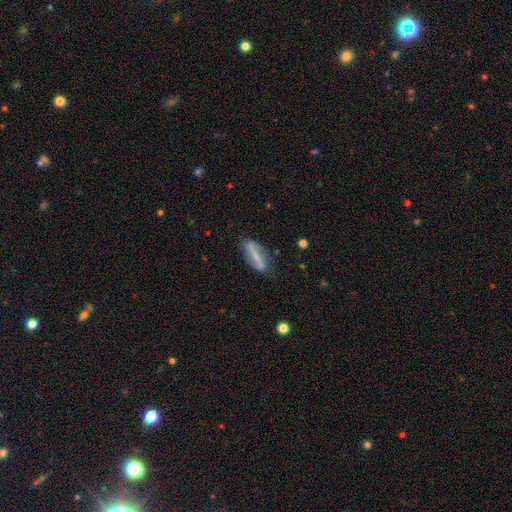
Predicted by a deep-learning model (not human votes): A featured or disk galaxy (60%) with a strong bar (68%), spiral arms (71%) and no central bulge (44%). Merging: none (75%).